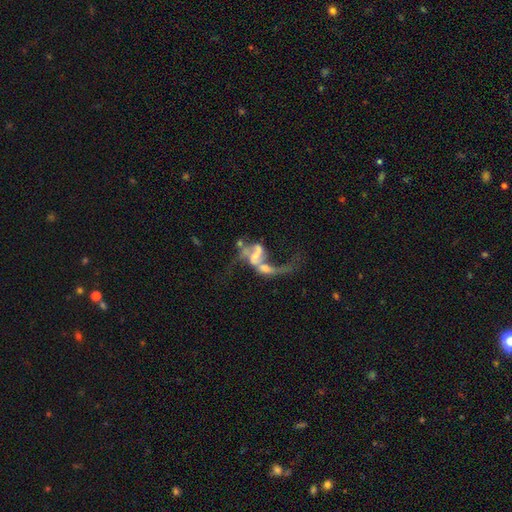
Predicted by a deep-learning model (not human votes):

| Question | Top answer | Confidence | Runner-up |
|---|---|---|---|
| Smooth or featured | featured or disk | 77% | smooth (14%) |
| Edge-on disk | no | 95% | yes (5%) |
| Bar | weak | 36% | no (34%) |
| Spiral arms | yes | 76% | no (24%) |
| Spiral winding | loose | 86% | medium (11%) |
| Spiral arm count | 2 | 75% | 1 (15%) |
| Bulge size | small | 34% | none (28%) |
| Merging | merger | 51% | major disturbance (26%) |